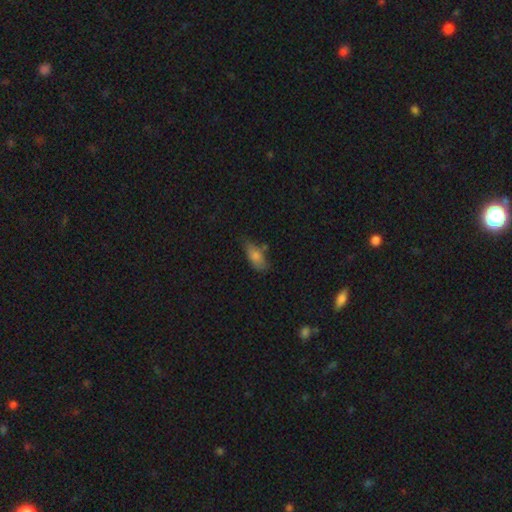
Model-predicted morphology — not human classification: Overall: smooth (77%). How rounded: in between (81%). Merging: none (57%; minor disturbance 30%).